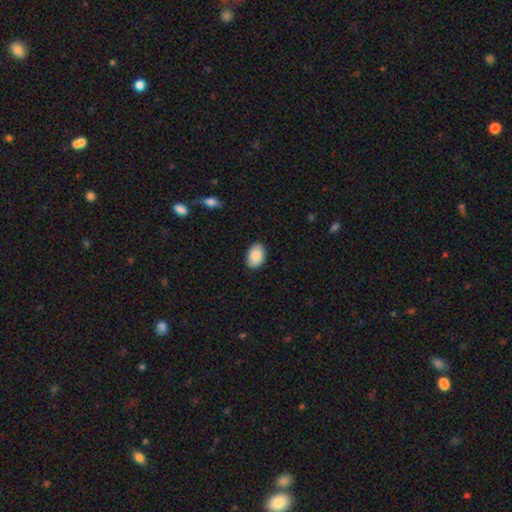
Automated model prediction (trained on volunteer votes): Morphology: type=smooth (88%); roundness=in between (86%); merging=none (88%).